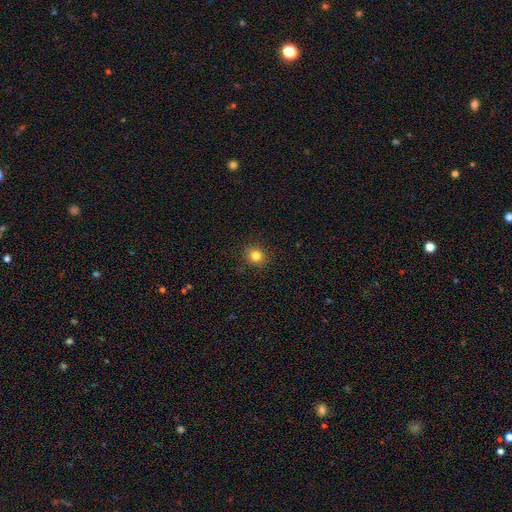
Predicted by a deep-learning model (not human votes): Smooth or featured? Predicted: smooth (p=0.81). How rounded? Predicted: round (p=0.88). Merging? Predicted: none (p=0.91).